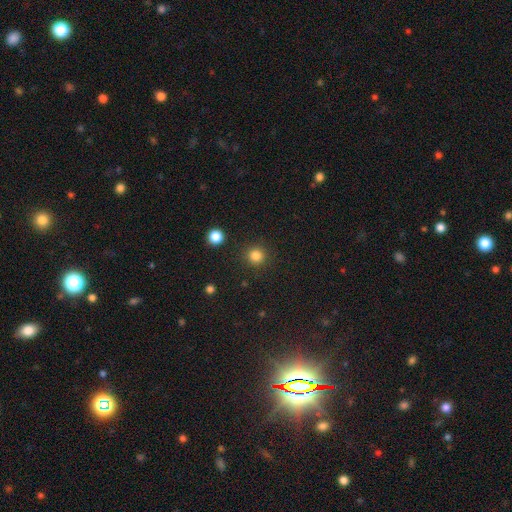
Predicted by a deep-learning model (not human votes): This appears to be a smooth galaxy with no disk features (83%) that is round (94%). Merging: none (90%).